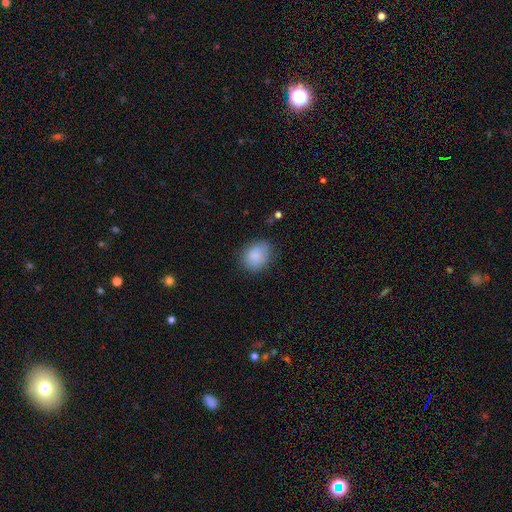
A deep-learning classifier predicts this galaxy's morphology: smooth-or-featured: smooth: 86% | star or artifact: 7% | featured or disk: 7%
  how-rounded: in between: 56% | round: 43% | cigar-shaped: 1%
  merging: none: 72% | minor disturbance: 21% | major disturbance: 5% | merger: 2%